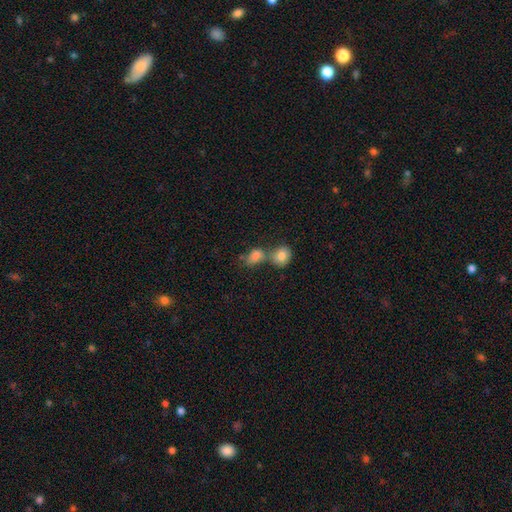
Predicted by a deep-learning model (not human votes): Overall: smooth (80%). How rounded: in between (73%). Merging: merger (53%; none 30%).